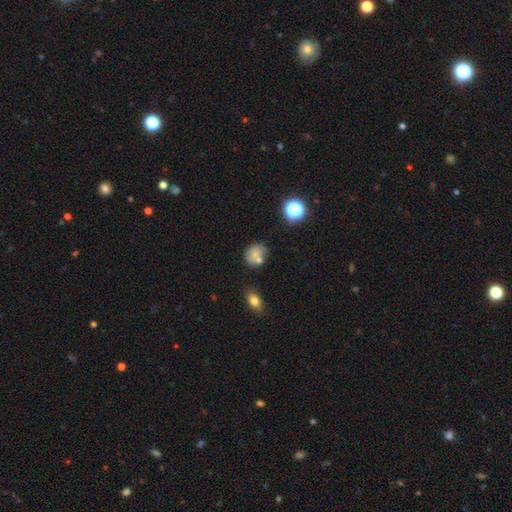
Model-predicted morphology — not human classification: This is likely a smooth galaxy (67%). How rounded: possibly round (58%). Merging: possibly none (55%).